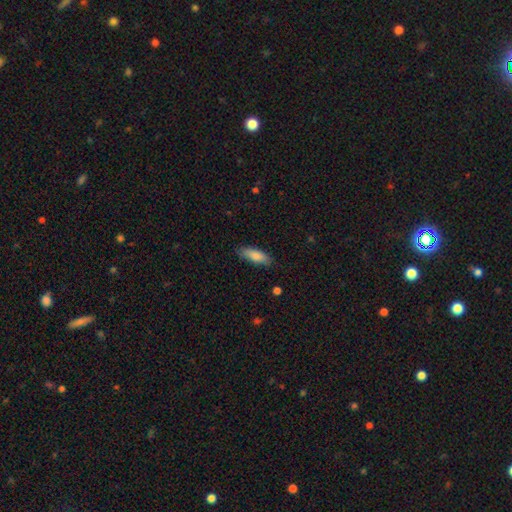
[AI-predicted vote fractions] smooth_or_featured: smooth (p=0.83) [alt: featured or disk p=0.11]
how_rounded: in between (p=0.60) [alt: cigar-shaped p=0.38]
merging: none (p=0.83) [alt: minor disturbance p=0.13]